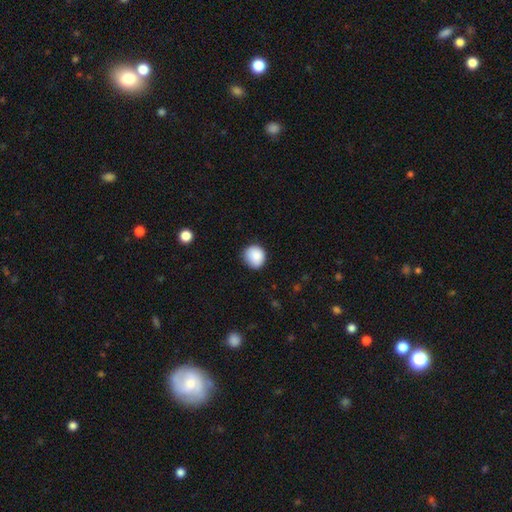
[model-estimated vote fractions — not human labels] Morphology: type=smooth (88%); roundness=round (85%); merging=none (85%).